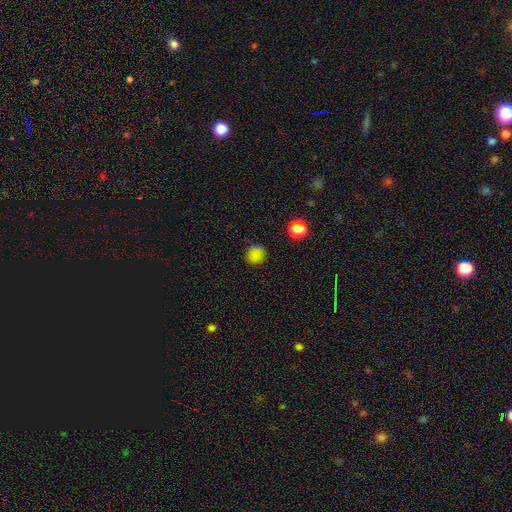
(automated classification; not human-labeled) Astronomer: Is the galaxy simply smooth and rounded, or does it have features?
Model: smooth — 71%.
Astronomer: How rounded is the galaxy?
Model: round — 89%.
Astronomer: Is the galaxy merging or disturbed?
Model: none — 80%.